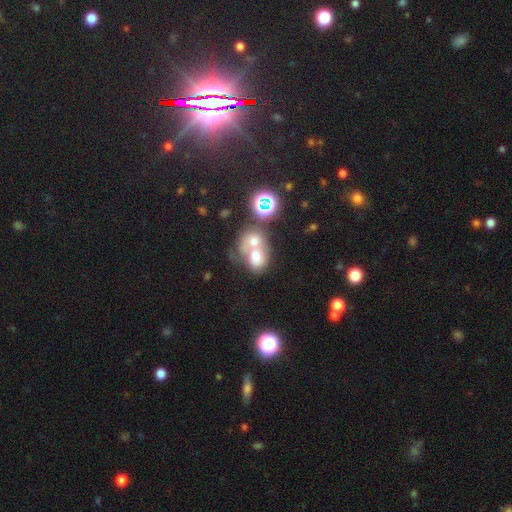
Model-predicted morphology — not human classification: A smooth galaxy with no disk features (61%) that is in between round and cigar-shaped (49%, tied with round).

Vote fractions:
- Smooth or featured? smooth: 61% / featured or disk: 23% / star or artifact: 16%
- How rounded? in between: 49% (tied) / round: 49% (tied) / cigar-shaped: 1%
- Merging? merger: 68% / none: 19% / minor disturbance: 7% / major disturbance: 6%